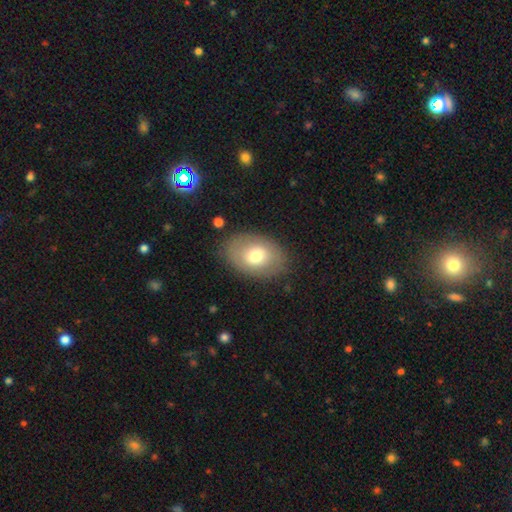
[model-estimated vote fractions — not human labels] Q: Smooth or featured?
A: smooth (71%); runner-up: featured or disk (21%)
Q: How rounded?
A: in between (82%); runner-up: round (17%)
Q: Merging?
A: none (83%); runner-up: minor disturbance (12%)